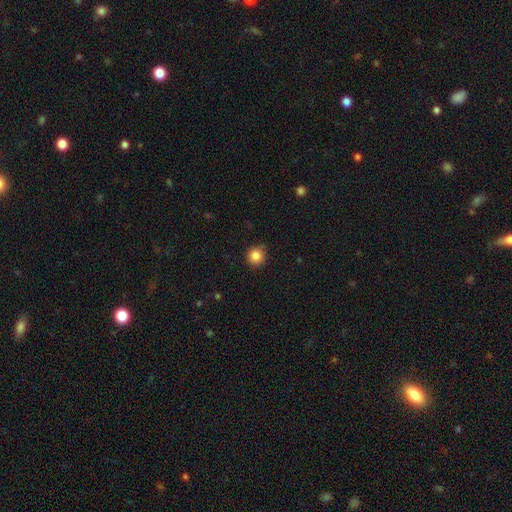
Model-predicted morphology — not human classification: A smooth galaxy with no disk features (85%) that is round (93%).

Vote fractions:
- Smooth or featured? smooth: 85% / star or artifact: 10% / featured or disk: 4%
- How rounded? round: 93% / in between: 6% / cigar-shaped: 1%
- Merging? none: 86% / minor disturbance: 11% / major disturbance: 2% / merger: 1%